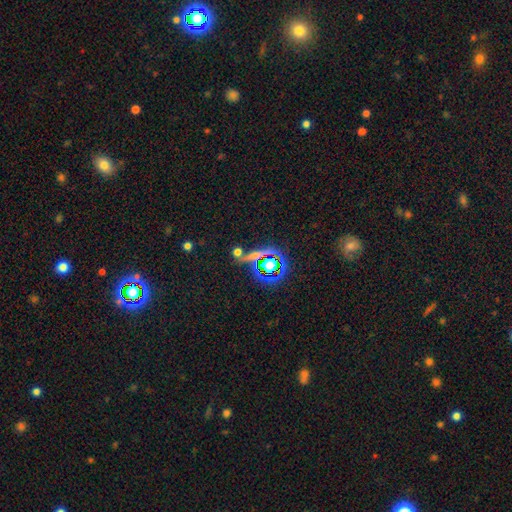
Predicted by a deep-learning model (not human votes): Smooth or featured: star or artifact — 53% (smooth — 33%)